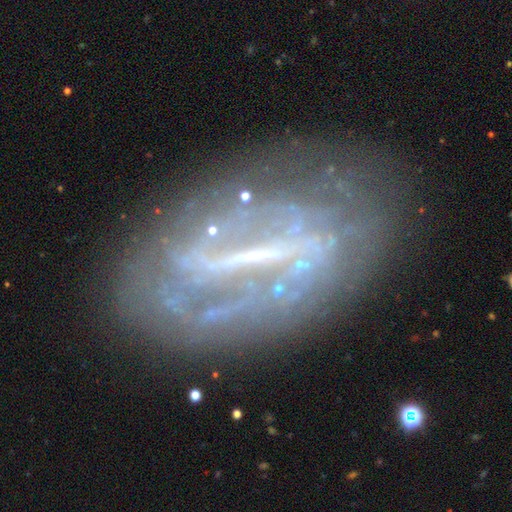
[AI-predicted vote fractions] Smooth or featured?
  - featured or disk: 76% *
  - smooth: 14%
  - star or artifact: 10%
Edge-on disk?
  - no: 90% *
  - yes: 10%
Bar?
  - strong: 62% *
  - weak: 23%
  - no: 15%
Spiral arms?
  - no: 51% *
  - yes: 49%
Bulge size?
  - none: 49% *
  - small: 33%
  - moderate: 14%
  - large: 3%
  - dominant: 1%
Merging?
  - none: 67% *
  - minor disturbance: 18%
  - major disturbance: 12%
  - merger: 3%